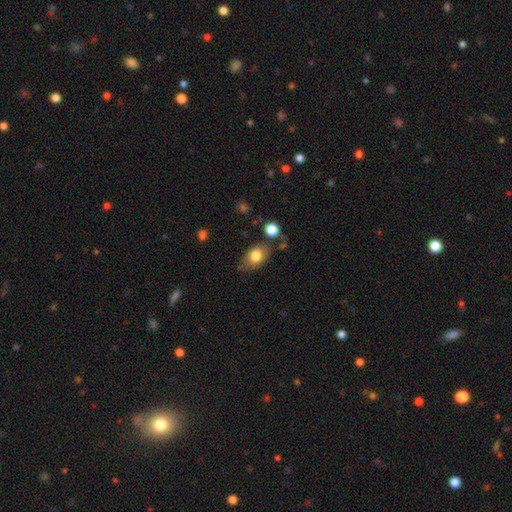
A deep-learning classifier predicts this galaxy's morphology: Smooth or featured? smooth (78%)
How rounded? in between (84%)
Merging? none (67%)